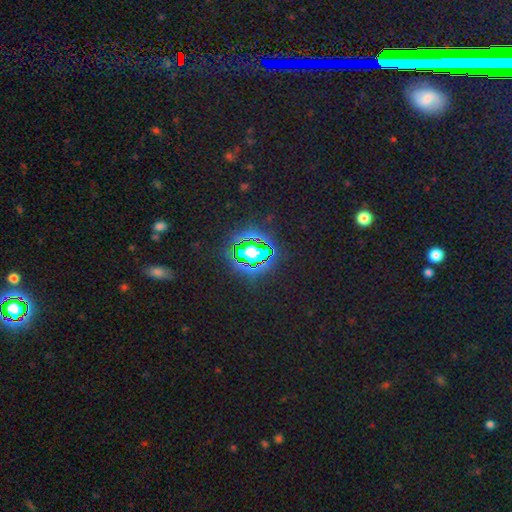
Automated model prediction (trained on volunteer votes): A star or artifact, not a galaxy (71%).

Vote fractions:
- Smooth or featured? star or artifact: 71% / smooth: 19% / featured or disk: 10%